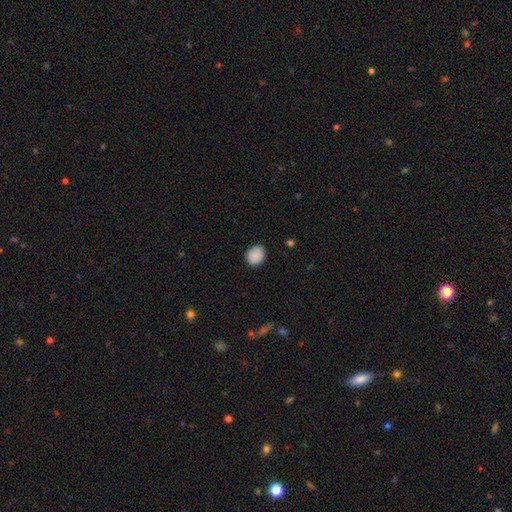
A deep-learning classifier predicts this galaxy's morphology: Overall: smooth (89%). How rounded: round (70%). Merging: none (86%).